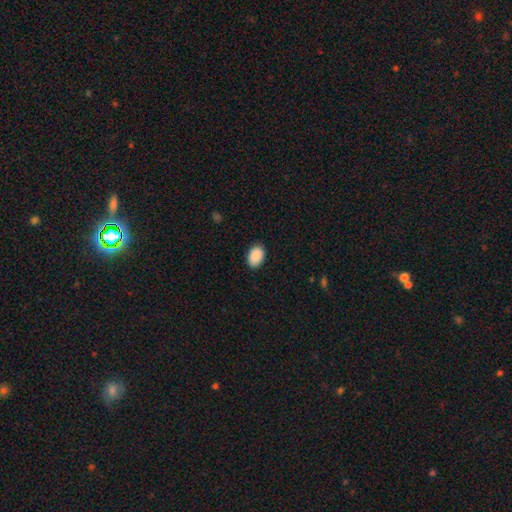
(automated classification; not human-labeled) Smooth or featured? Predicted: smooth (p=0.91). How rounded? Predicted: in between (p=0.87). Merging? Predicted: none (p=0.88).